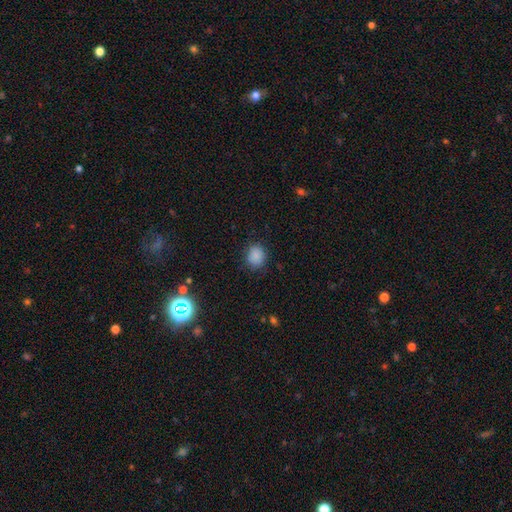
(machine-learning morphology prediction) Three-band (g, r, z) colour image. It shows a smooth galaxy with no disk features (85%) that is round (67%). Merging: none (81%).